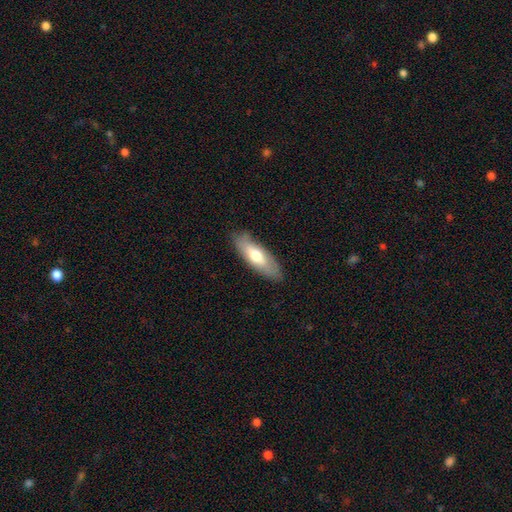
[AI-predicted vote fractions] The model was most divided on "how rounded": in between: 59%, cigar-shaped: 39%, round: 2%. More confident: merging — none (82%); smooth or featured — smooth (64%).